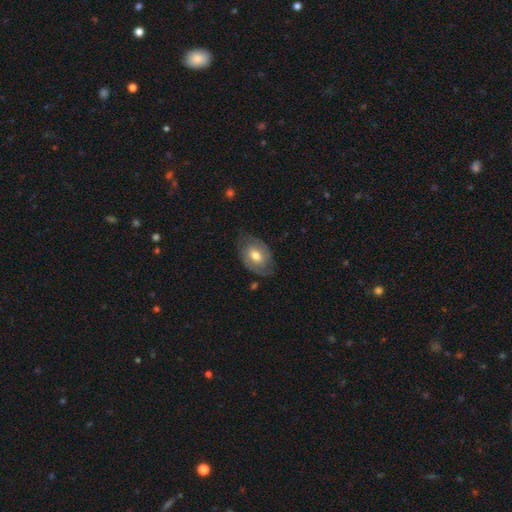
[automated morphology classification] This appears to be a featured or disk galaxy (50%). Merging: none (70%).